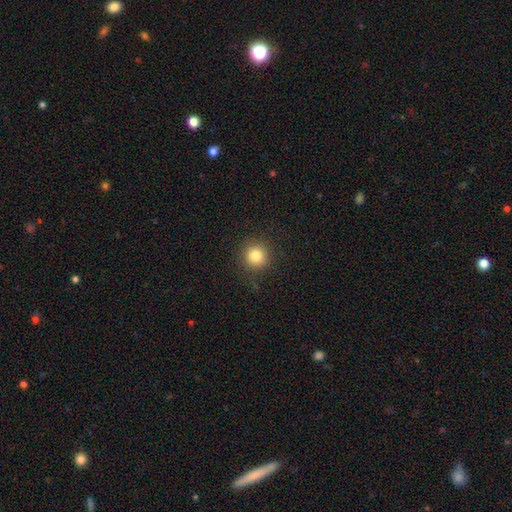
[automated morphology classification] This appears to be a smooth galaxy with no disk features (82%) that is round (93%). Merging: none (89%).